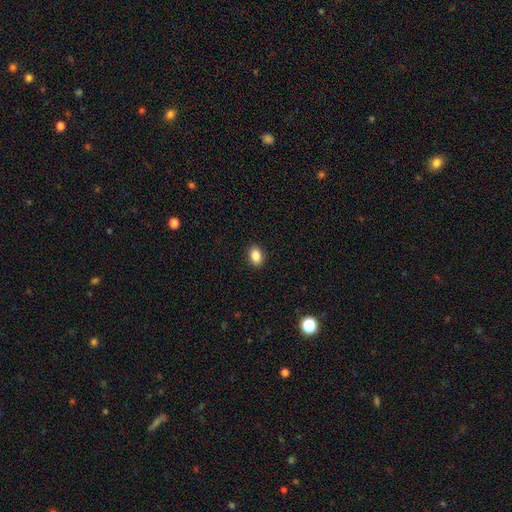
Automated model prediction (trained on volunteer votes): This appears to be a smooth galaxy with no disk features (88%) that is in between round and cigar-shaped (82%). Merging: none (91%).